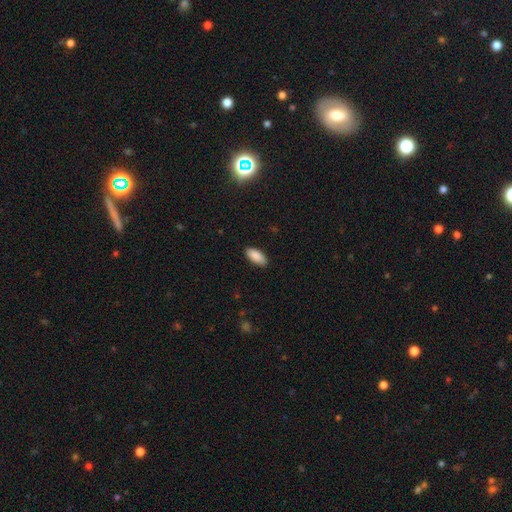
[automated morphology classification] Smooth or featured? Predicted: smooth (p=0.89). How rounded? Predicted: in between (p=0.89). Merging? Predicted: none (p=0.88).